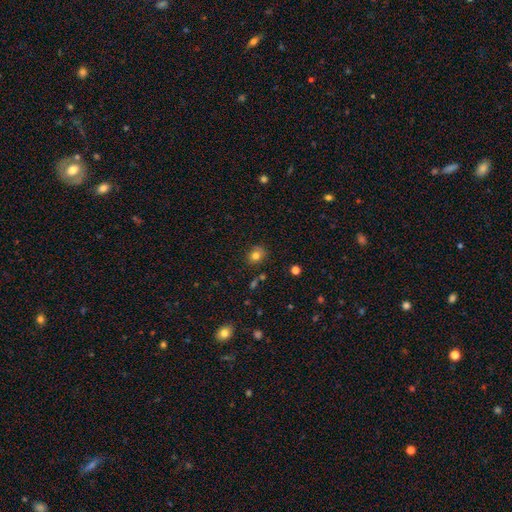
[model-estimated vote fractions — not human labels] A smooth galaxy with no disk features (78%) that is round (63%). Merging: none (73%).